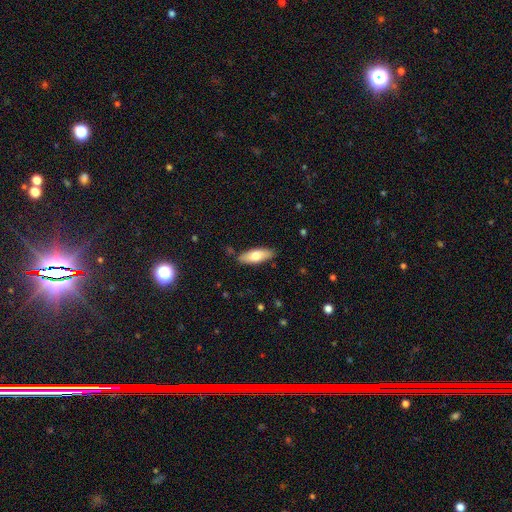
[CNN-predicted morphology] Smooth or featured: smooth — 71% (featured or disk — 23%)
How rounded: in between — 68% (cigar-shaped — 30%)
Merging: none — 85% (minor disturbance — 11%)